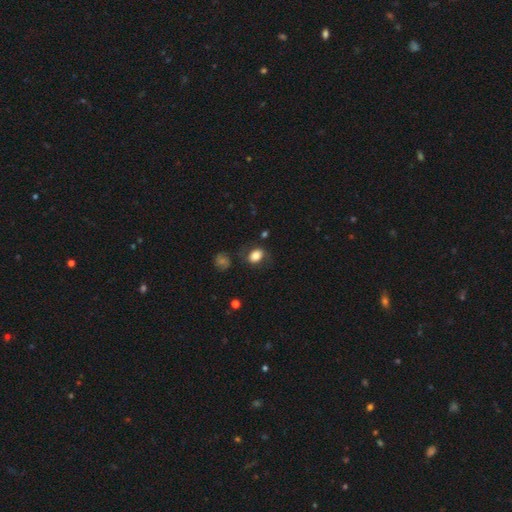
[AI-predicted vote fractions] Smooth or featured? smooth (77%)
How rounded? in between (71%)
Merging? none (70%)